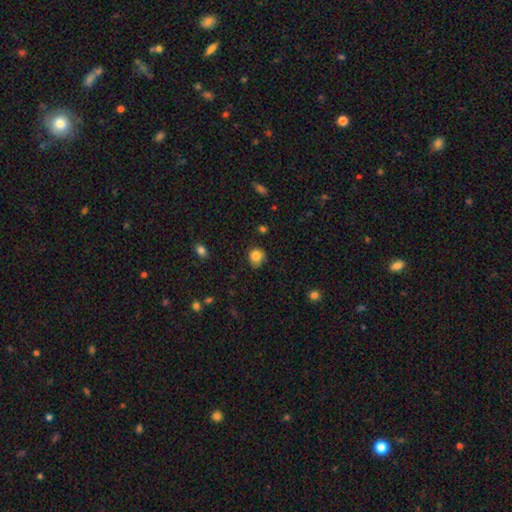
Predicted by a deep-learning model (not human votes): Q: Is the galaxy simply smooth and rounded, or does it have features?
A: smooth — 85%.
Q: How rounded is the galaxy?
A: round — 80%.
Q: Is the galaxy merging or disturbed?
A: none — 65%.